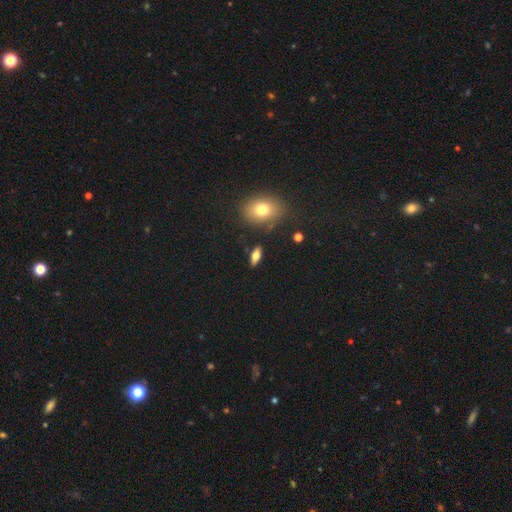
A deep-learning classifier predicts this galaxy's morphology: Smooth or featured? smooth (59%)
How rounded? in between (70%)
Merging? none (85%)